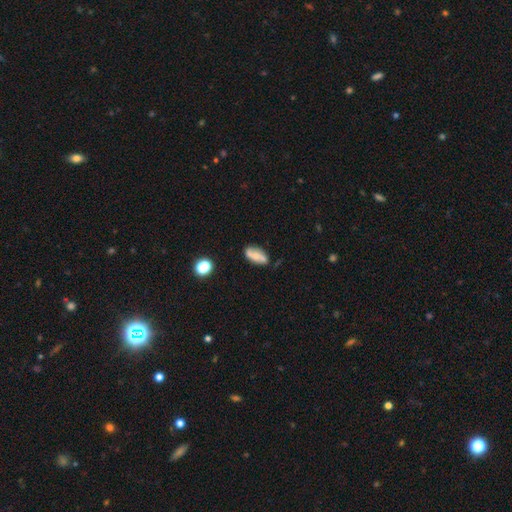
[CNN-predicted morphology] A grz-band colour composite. It shows a smooth galaxy with no disk features (54%) that is in between round and cigar-shaped (85%). Merging: none (63%).